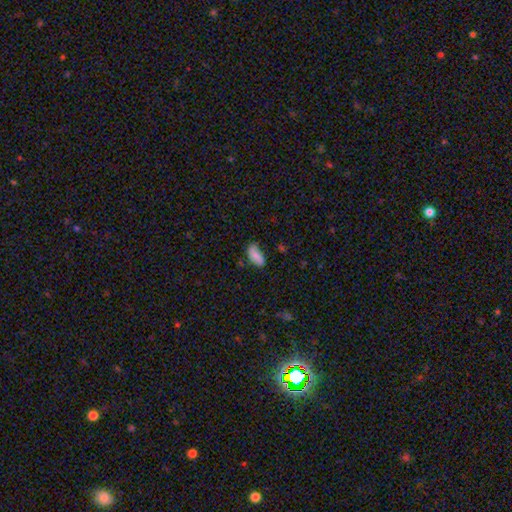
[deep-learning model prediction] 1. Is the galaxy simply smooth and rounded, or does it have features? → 75% smooth, 18% featured or disk, 8% star or artifact.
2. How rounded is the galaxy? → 91% in between, 6% cigar-shaped, 3% round.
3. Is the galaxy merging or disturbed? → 64% none, 28% minor disturbance, 6% major disturbance, 3% merger.